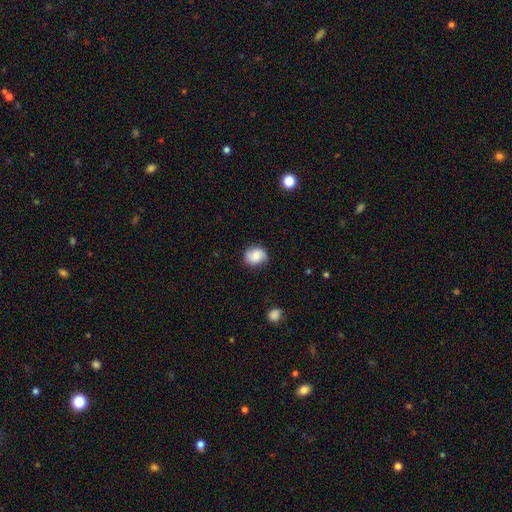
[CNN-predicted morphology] Smooth or featured: smooth — 64% (featured or disk — 27%)
How rounded: round — 63% (in between — 36%)
Merging: none — 80% (minor disturbance — 15%)